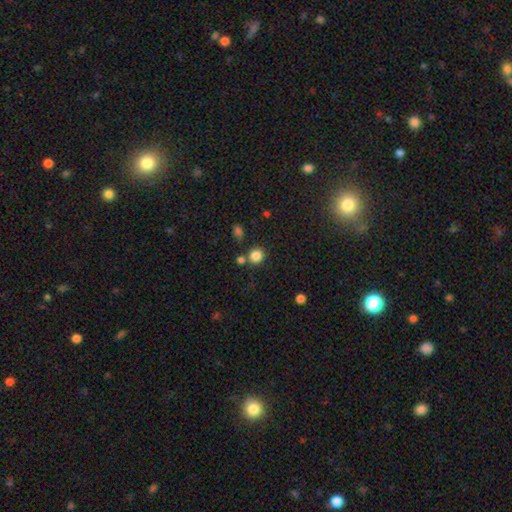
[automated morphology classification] type=smooth (84%); roundness=round (86%); merging=none (76%).